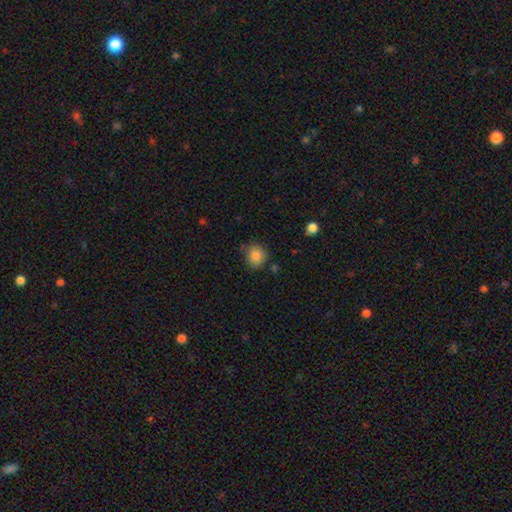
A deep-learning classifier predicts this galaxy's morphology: This is clearly a smooth galaxy (85%). How rounded: likely round (78%). Merging: likely none (79%).